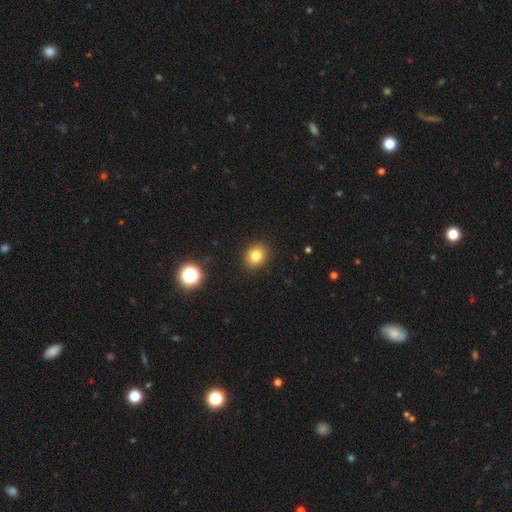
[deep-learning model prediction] Overall: smooth (81%). How rounded: round (64%; in between 36%). Merging: none (91%).